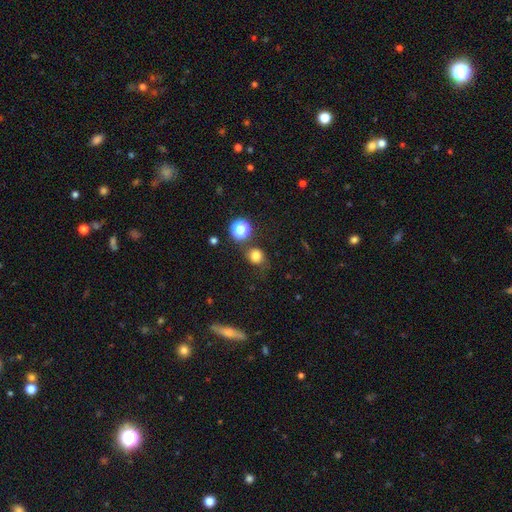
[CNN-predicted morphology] Smooth or featured? Predicted: smooth (p=0.77). How rounded? Predicted: round (p=0.76). Merging? Predicted: none (p=0.66).